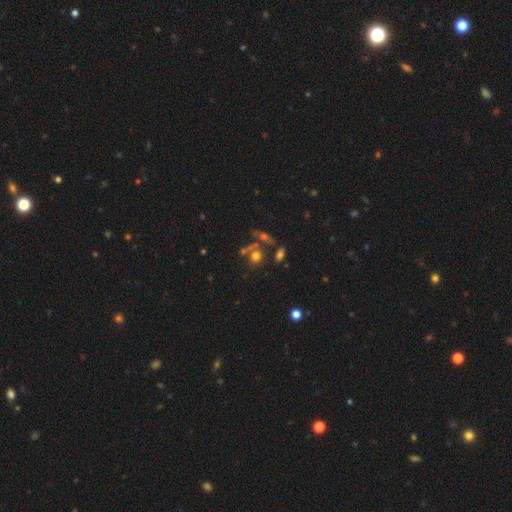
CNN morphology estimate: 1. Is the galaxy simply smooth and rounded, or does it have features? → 64% smooth, 19% star or artifact, 17% featured or disk.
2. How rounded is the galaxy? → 75% round, 22% in between, 3% cigar-shaped.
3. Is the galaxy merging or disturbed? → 53% none, 27% merger, 12% minor disturbance, 8% major disturbance.